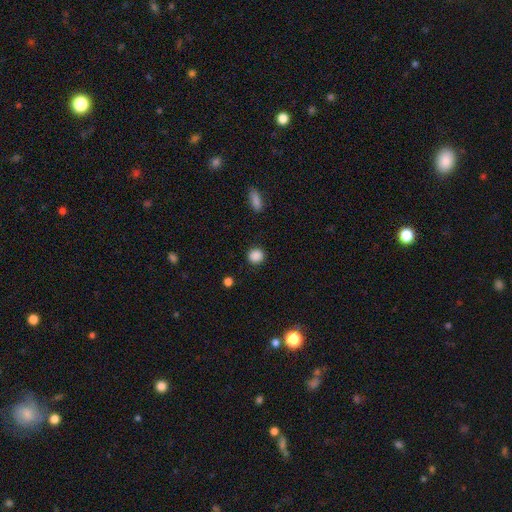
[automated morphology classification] Overall: smooth (88%). How rounded: round (88%). Merging: none (89%).